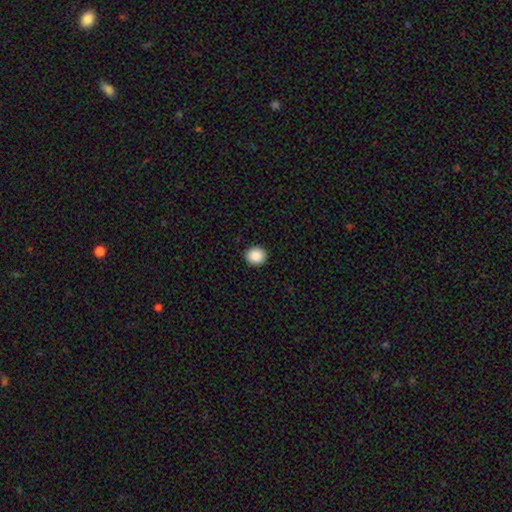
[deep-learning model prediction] This appears to be a smooth galaxy with no disk features (88%) that is round (90%). Merging: none (93%).